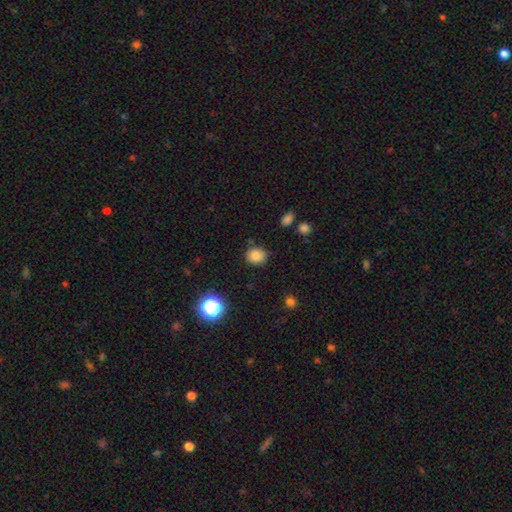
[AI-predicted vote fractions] Smooth or featured: smooth — 83% (star or artifact — 12%)
How rounded: round — 75% (in between — 24%)
Merging: none — 82% (minor disturbance — 12%)